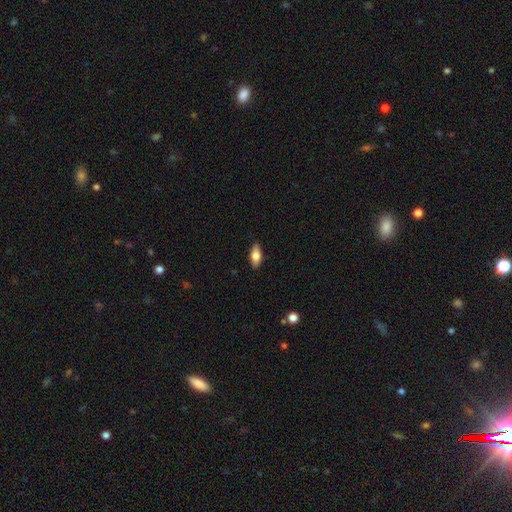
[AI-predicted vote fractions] smooth_or_featured: smooth (p=0.74) [alt: featured or disk p=0.20]
how_rounded: in between (p=0.81) [alt: cigar-shaped p=0.16]
merging: none (p=0.88) [alt: minor disturbance p=0.09]